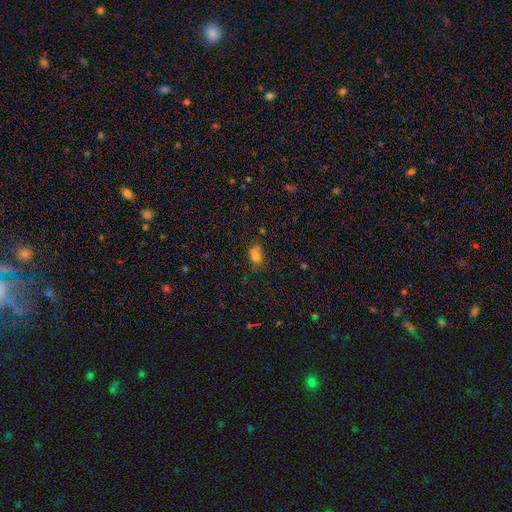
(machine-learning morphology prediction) Smooth or featured?
  - smooth: 68% *
  - star or artifact: 18%
  - featured or disk: 14%
How rounded?
  - in between: 68% *
  - round: 30%
  - cigar-shaped: 2%
Merging?
  - none: 47% *
  - minor disturbance: 27%
  - major disturbance: 17%
  - merger: 10%